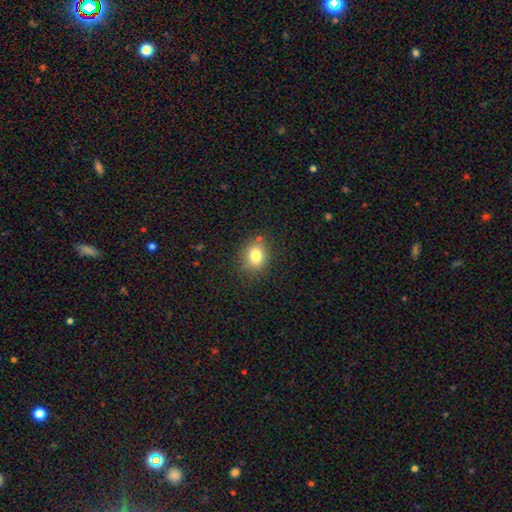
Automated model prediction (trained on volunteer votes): smooth-or-featured: smooth: 79% | star or artifact: 12% | featured or disk: 9%
  how-rounded: round: 58% | in between: 41% | cigar-shaped: 1%
  merging: none: 81% | minor disturbance: 12% | major disturbance: 3% | merger: 3%